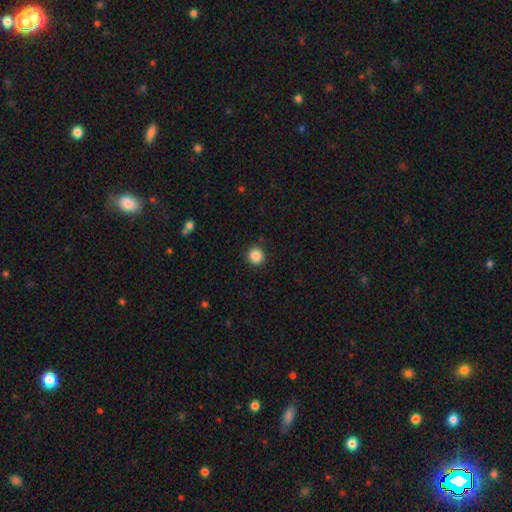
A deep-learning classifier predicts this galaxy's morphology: This is clearly a smooth galaxy (87%). How rounded: clearly round (94%). Merging: clearly none (91%).